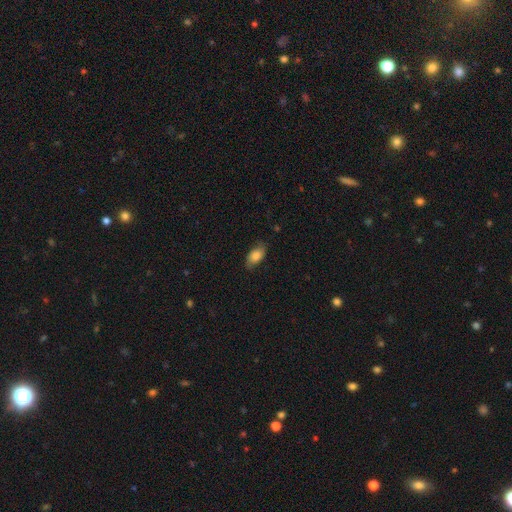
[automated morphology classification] type=smooth (75%); roundness=in between (90%); merging=none (78%).